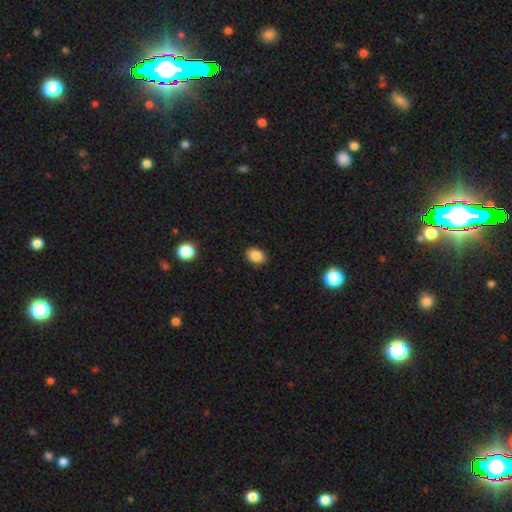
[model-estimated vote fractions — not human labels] A smooth galaxy with no disk features (86%) that is in between round and cigar-shaped (69%).

Vote fractions:
- Smooth or featured? smooth: 86% / star or artifact: 9% / featured or disk: 4%
- How rounded? in between: 69% / round: 30% / cigar-shaped: 1%
- Merging? none: 87% / minor disturbance: 9% / major disturbance: 2% / merger: 1%